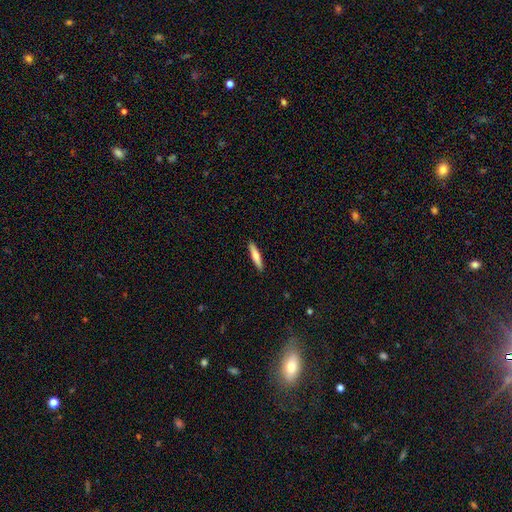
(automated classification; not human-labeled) The model was most divided on "smooth or featured": smooth: 70%, featured or disk: 24%, star or artifact: 5%. More confident: merging — none (91%); how rounded — cigar-shaped (85%).